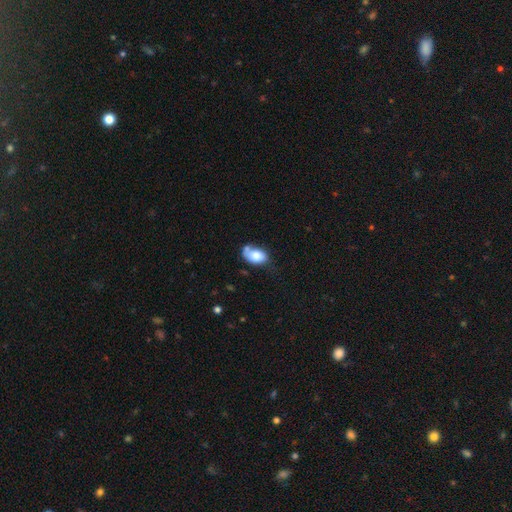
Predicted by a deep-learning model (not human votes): smooth_or_featured: smooth (p=0.75) [alt: featured or disk p=0.17]
how_rounded: in between (p=0.87) [alt: round p=0.12]
merging: none (p=0.36) [alt: minor disturbance p=0.29]